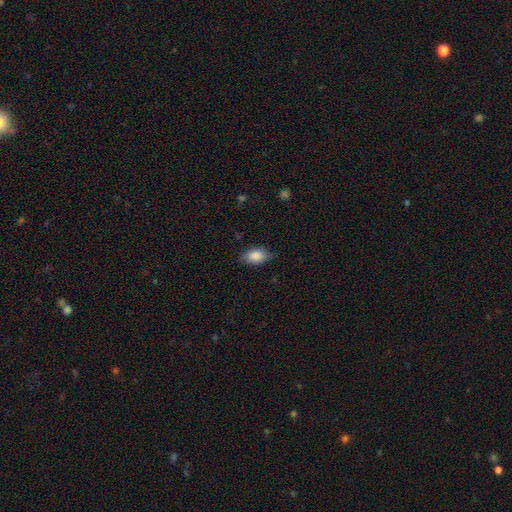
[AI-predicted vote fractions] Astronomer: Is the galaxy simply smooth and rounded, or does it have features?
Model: smooth — 86%.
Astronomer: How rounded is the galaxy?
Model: in between — 89%.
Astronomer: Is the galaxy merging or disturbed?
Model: none — 76%.